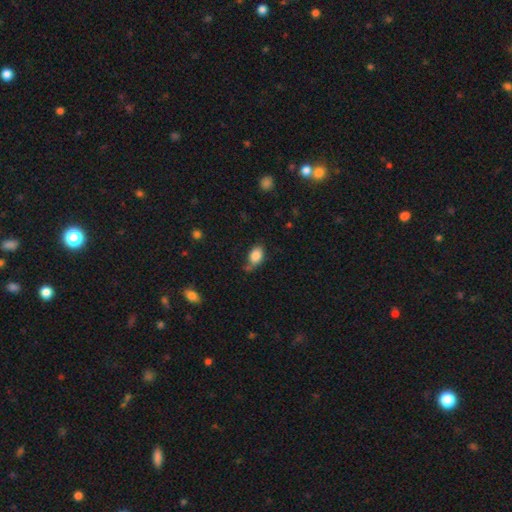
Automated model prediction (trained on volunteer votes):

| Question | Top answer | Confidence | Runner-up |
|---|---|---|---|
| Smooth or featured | smooth | 84% | star or artifact (8%) |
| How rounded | in between | 84% | round (14%) |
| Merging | none | 55% | minor disturbance (28%) |